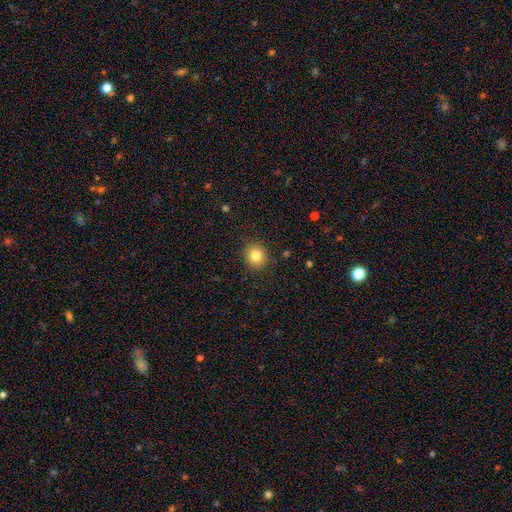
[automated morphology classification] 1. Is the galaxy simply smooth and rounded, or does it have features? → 82% smooth, 11% star or artifact, 7% featured or disk.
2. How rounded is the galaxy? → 85% round, 14% in between, 1% cigar-shaped.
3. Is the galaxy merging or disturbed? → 89% none, 7% minor disturbance, 2% major disturbance, 1% merger.